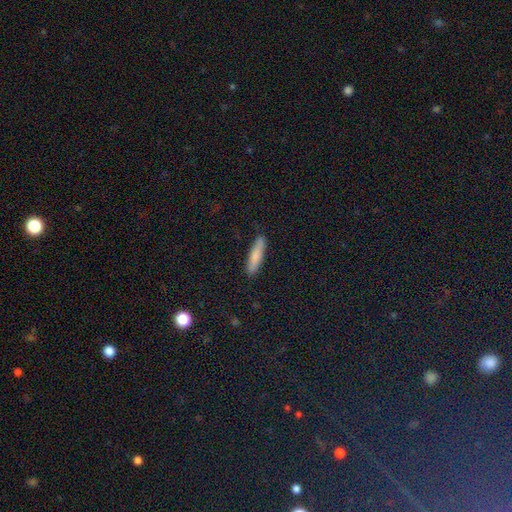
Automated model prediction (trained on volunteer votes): Morphology: type=smooth (79%); roundness=cigar-shaped (83%); merging=none (89%).